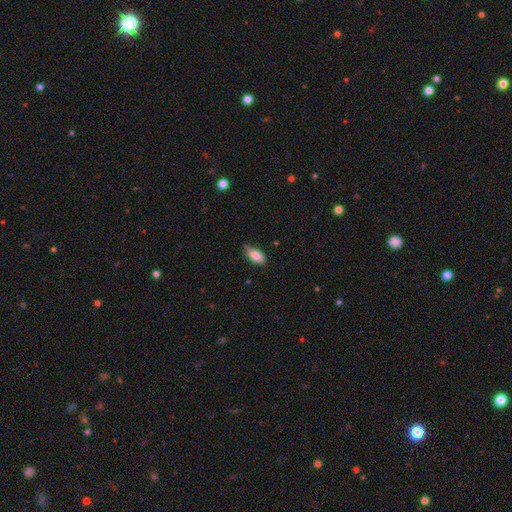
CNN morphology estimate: type=smooth (86%); roundness=in between (87%); merging=none (73%).